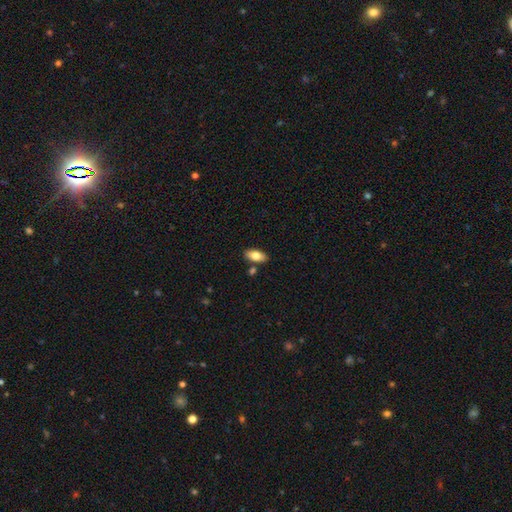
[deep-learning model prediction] Overall: smooth (79%). How rounded: in between (91%). Merging: none (83%).